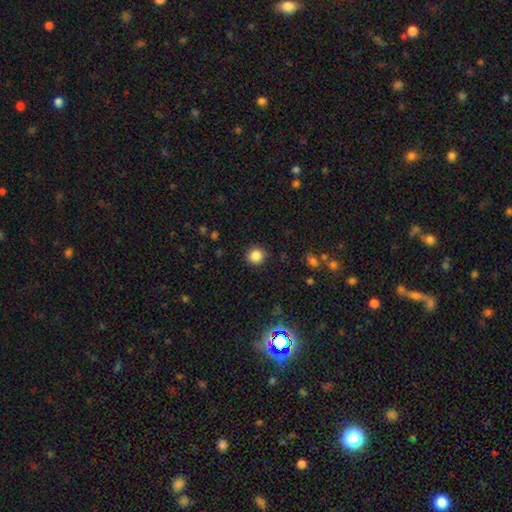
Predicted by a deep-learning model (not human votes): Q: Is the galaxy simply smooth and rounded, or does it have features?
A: smooth — 85%.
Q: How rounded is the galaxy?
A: round — 90%.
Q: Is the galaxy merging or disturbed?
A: none — 90%.